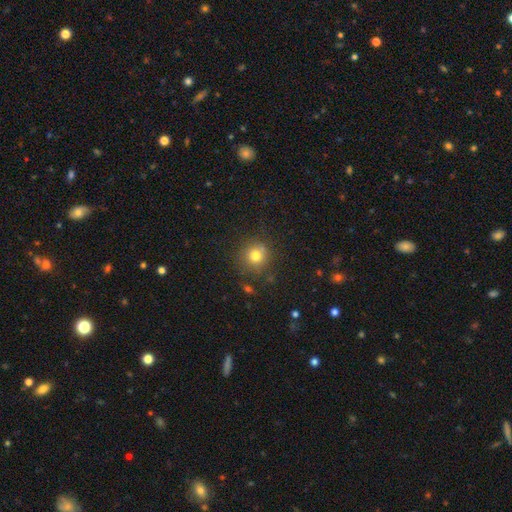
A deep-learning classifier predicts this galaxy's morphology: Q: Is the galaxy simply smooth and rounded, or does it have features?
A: smooth — 77%.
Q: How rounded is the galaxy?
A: round — 92%.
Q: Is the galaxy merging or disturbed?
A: none — 82%.